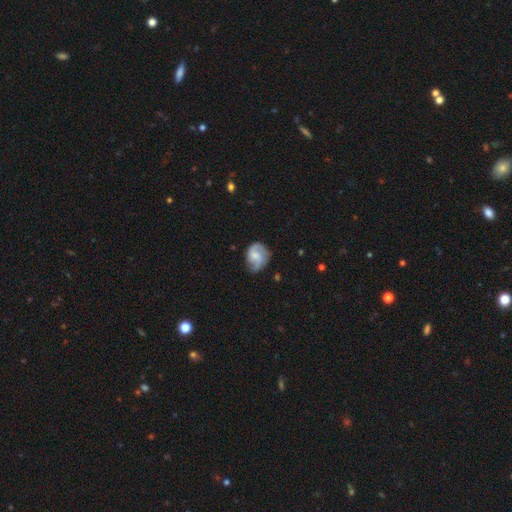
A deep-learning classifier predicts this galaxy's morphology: This appears to be a featured or disk galaxy (69%) with no bar (54%), 2 (71%) medium (47%) spiral arms (93%) and a small central bulge (43%). Merging: none (64%).